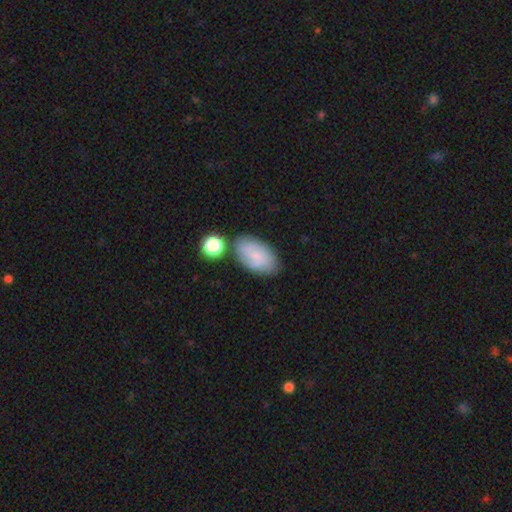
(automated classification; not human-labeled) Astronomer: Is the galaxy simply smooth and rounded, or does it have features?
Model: smooth — 66%.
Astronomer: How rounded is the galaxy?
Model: in between — 92%.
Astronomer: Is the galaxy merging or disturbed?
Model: none — 66%.